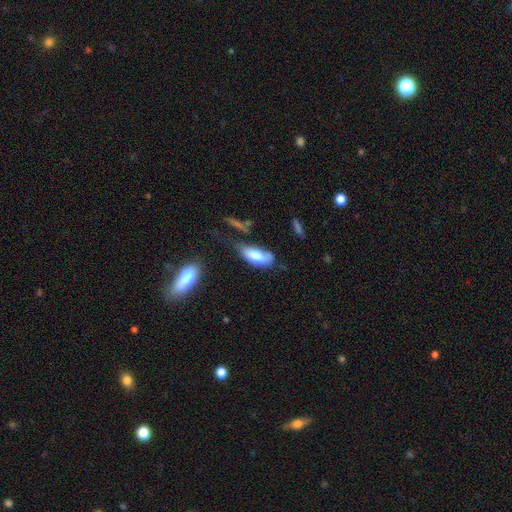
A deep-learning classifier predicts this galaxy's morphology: Q: Smooth or featured?
A: smooth (75%); runner-up: featured or disk (18%)
Q: How rounded?
A: in between (87%); runner-up: cigar-shaped (11%)
Q: Merging?
A: none (34%); runner-up: minor disturbance (33%)